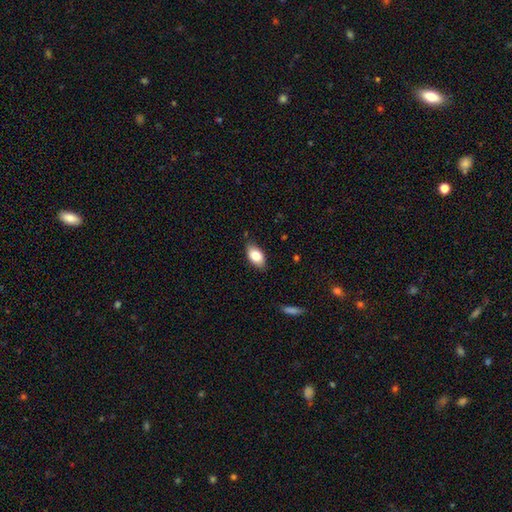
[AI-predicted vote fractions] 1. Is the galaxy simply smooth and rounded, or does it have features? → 80% smooth, 12% featured or disk, 7% star or artifact.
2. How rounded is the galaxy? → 92% in between, 5% round, 3% cigar-shaped.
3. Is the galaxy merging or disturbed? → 83% none, 14% minor disturbance, 2% major disturbance, 1% merger.